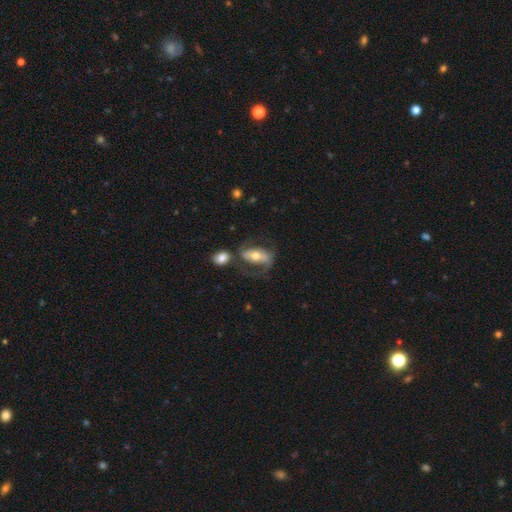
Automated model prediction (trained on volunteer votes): Smooth or featured?
  - featured or disk: 72% *
  - smooth: 22%
  - star or artifact: 6%
Edge-on disk?
  - no: 91% *
  - yes: 9%
Bar?
  - strong: 45% *
  - no: 29%
  - weak: 26%
Spiral arms?
  - yes: 82% *
  - no: 18%
Spiral winding?
  - medium: 41% *
  - loose: 39%
  - tight: 19%
Spiral arm count?
  - 2: 81% *
  - can't tell: 8%
  - 1: 8%
  - 3: 1%
  - 4: 1%
  - more than 4: 1%
Bulge size?
  - moderate: 64% *
  - small: 26%
  - large: 6%
  - dominant: 1%
  - none: 1%
Merging?
  - none: 47% *
  - major disturbance: 19%
  - minor disturbance: 17%
  - merger: 17%